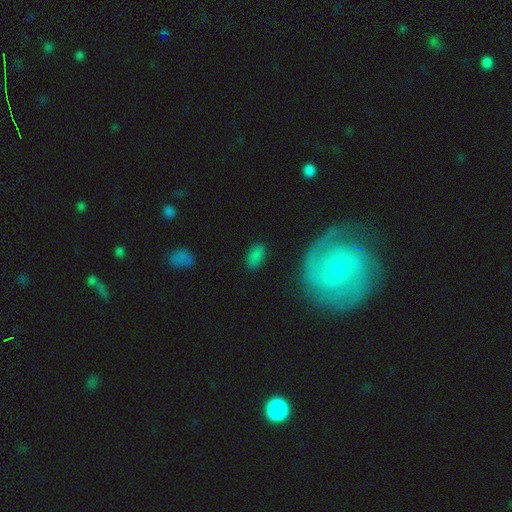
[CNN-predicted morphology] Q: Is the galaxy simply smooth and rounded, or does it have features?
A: smooth — 82%.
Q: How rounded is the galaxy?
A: in between — 93%.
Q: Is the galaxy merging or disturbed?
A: none — 82%.